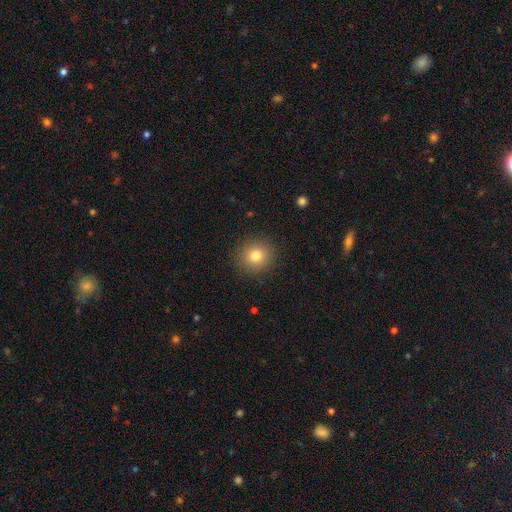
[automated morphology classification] smooth-or-featured: smooth: 79% | star or artifact: 12% | featured or disk: 8%
  how-rounded: round: 90% | in between: 9% | cigar-shaped: 1%
  merging: none: 91% | minor disturbance: 6% | major disturbance: 2% | merger: 1%